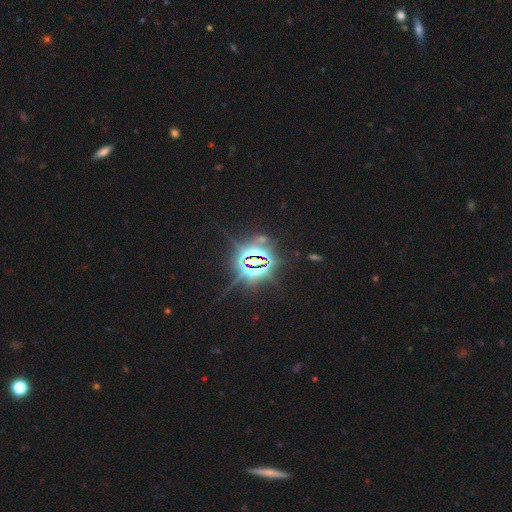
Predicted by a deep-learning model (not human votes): A star or artifact, not a galaxy (86%).

Vote fractions:
- Smooth or featured? star or artifact: 86% / featured or disk: 8% / smooth: 6%